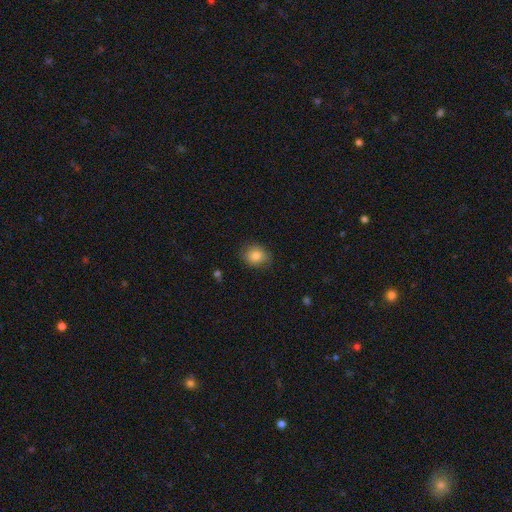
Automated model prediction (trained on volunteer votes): Smooth or featured? smooth (82%)
How rounded? round (62%)
Merging? none (80%)